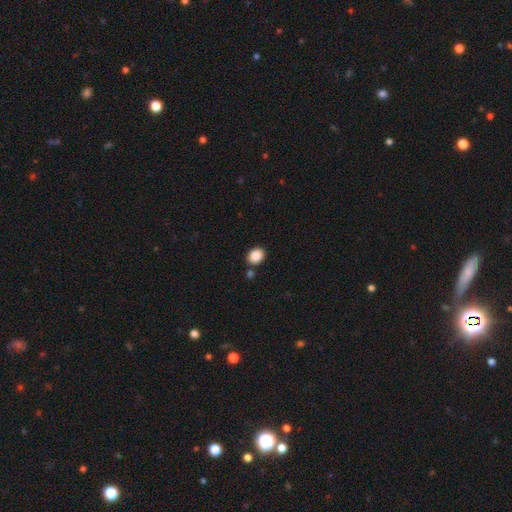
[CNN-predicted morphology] Smooth or featured? smooth (88%)
How rounded? in between (55%)
Merging? none (82%)